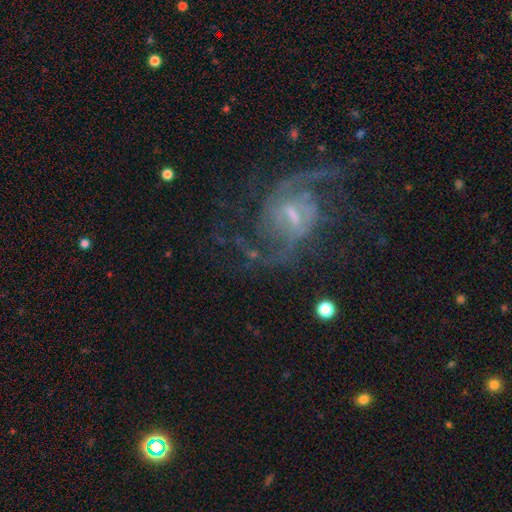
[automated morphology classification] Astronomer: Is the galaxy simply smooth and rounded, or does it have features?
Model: featured or disk — 86%.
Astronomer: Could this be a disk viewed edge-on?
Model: no — 97%.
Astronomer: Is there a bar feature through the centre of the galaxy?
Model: weak — 56%.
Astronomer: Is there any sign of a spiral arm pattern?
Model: yes — 95%.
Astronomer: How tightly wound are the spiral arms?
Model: medium — 48% (runner-up: loose, 37%).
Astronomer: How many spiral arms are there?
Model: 2 — 70%.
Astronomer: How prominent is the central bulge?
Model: small — 56%.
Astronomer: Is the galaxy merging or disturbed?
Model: none — 64%.